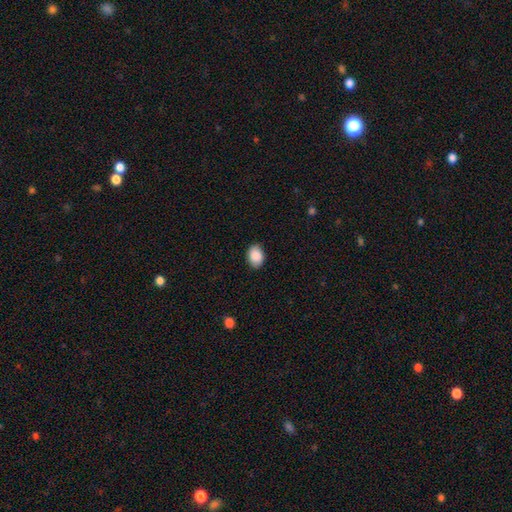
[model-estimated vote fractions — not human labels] smooth-or-featured: smooth: 89% | star or artifact: 7% | featured or disk: 4%
  how-rounded: in between: 74% | round: 25% | cigar-shaped: 1%
  merging: none: 86% | minor disturbance: 11% | major disturbance: 2% | merger: 1%